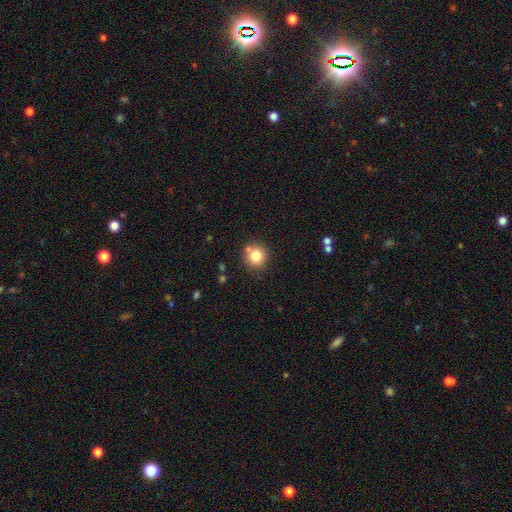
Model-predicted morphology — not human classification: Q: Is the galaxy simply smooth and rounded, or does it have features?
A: smooth — 80%.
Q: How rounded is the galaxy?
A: round — 92%.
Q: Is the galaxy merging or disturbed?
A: none — 79%.